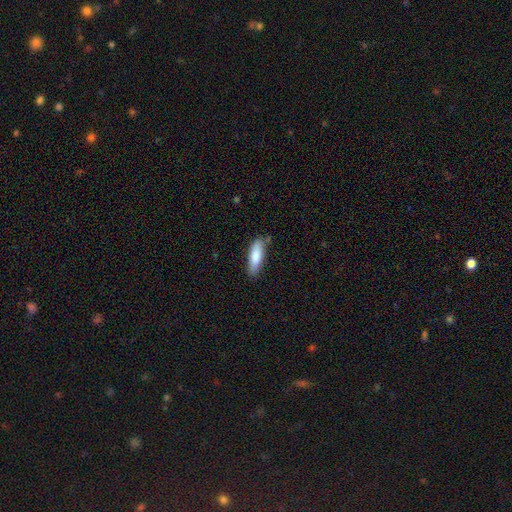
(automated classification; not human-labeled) Smooth or featured? Predicted: smooth (p=0.81). How rounded? Predicted: cigar-shaped (p=0.53). Merging? Predicted: none (p=0.74).